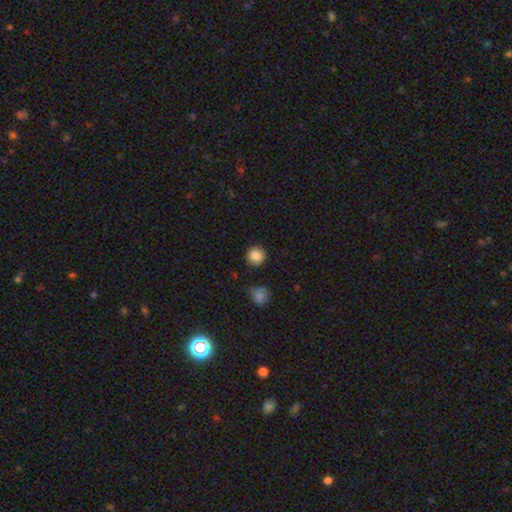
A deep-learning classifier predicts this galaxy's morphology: Overall: smooth (85%). How rounded: round (94%). Merging: none (89%).